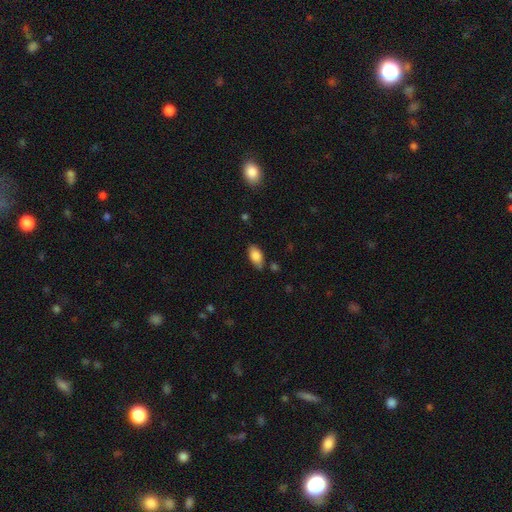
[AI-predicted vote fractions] smooth-or-featured: smooth: 83% | featured or disk: 10% | star or artifact: 7%
  how-rounded: in between: 91% | cigar-shaped: 6% | round: 4%
  merging: none: 74% | minor disturbance: 20% | major disturbance: 4% | merger: 2%